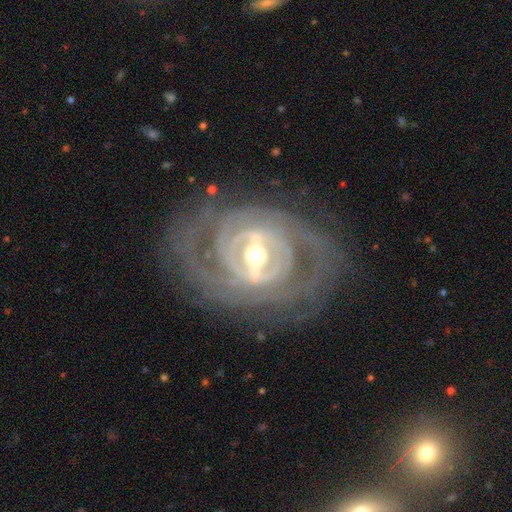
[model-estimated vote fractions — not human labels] Smooth or featured?
  - featured or disk: 90% *
  - star or artifact: 5%
  - smooth: 5%
Edge-on disk?
  - no: 95% *
  - yes: 5%
Bar?
  - strong: 62% *
  - weak: 30%
  - no: 8%
Spiral arms?
  - yes: 93% *
  - no: 7%
Spiral winding?
  - tight: 72% *
  - medium: 23%
  - loose: 5%
Spiral arm count?
  - can't tell: 29% *
  - 2: 26%
  - 3: 18%
  - 4: 13%
  - more than 4: 7%
  - 1: 6%
Bulge size?
  - moderate: 63% *
  - small: 28%
  - large: 7%
  - dominant: 1%
  - none: 1%
Merging?
  - none: 77% *
  - minor disturbance: 13%
  - major disturbance: 9%
  - merger: 1%